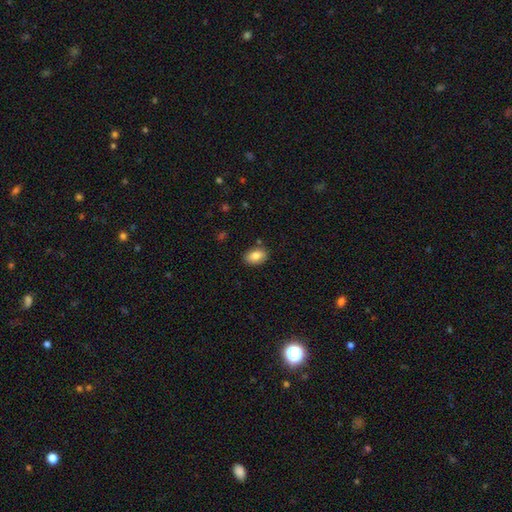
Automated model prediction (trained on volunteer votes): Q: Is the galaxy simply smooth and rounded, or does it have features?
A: smooth — 84%.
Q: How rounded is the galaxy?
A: in between — 84%.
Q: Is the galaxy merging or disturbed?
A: none — 84%.